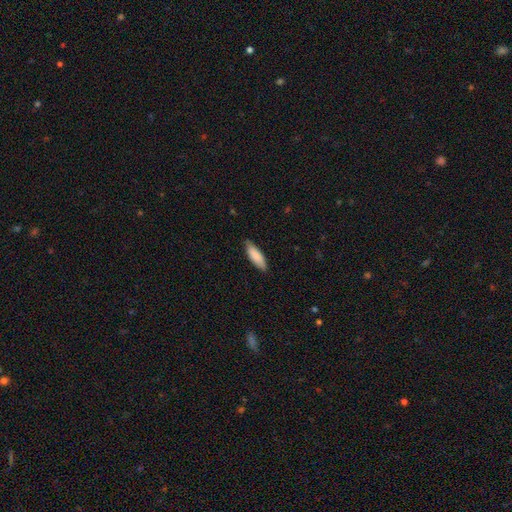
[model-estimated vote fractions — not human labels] smooth-or-featured: smooth: 85% | featured or disk: 9% | star or artifact: 5%
  how-rounded: in between: 56% | cigar-shaped: 42% | round: 1%
  merging: none: 82% | minor disturbance: 15% | major disturbance: 2% | merger: 1%